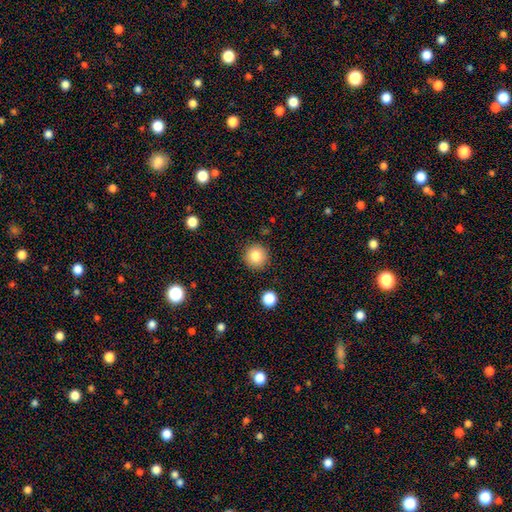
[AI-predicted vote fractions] Smooth or featured? smooth (82%)
How rounded? round (94%)
Merging? none (89%)